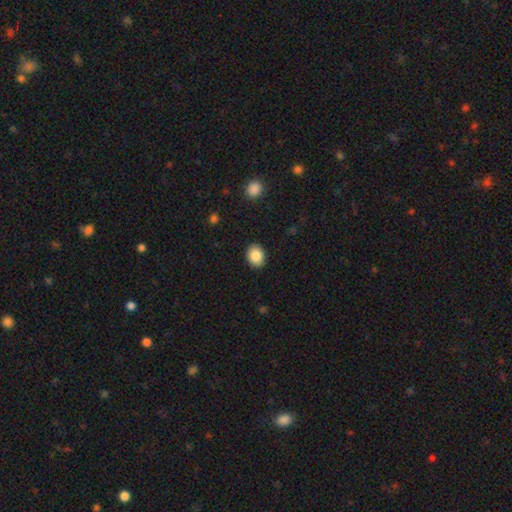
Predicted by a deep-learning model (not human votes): Overall: smooth (86%). How rounded: in between (57%; round 42%). Merging: none (90%).